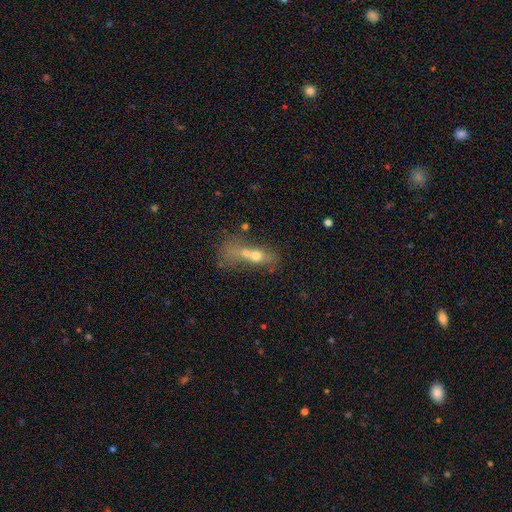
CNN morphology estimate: smooth 56%, featured or disk 31%, star or artifact 13%. Down the decision tree: how rounded — in between (51%); merging — merger (61%).